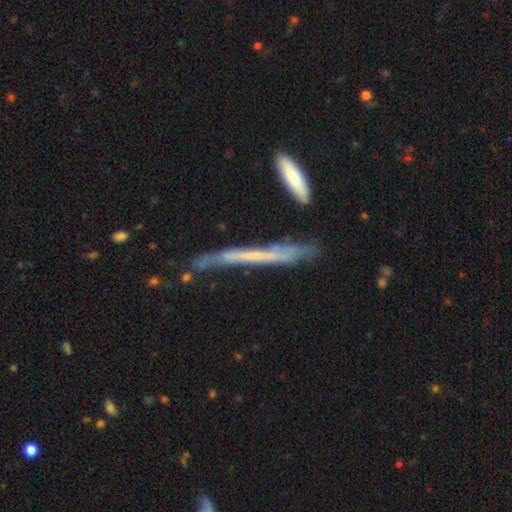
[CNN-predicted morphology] smooth-or-featured: featured or disk: 55% | smooth: 36% | star or artifact: 9%
  disk-edge-on: yes: 85% | no: 15%
  merging: none: 57% | minor disturbance: 25% | major disturbance: 10% | merger: 8%